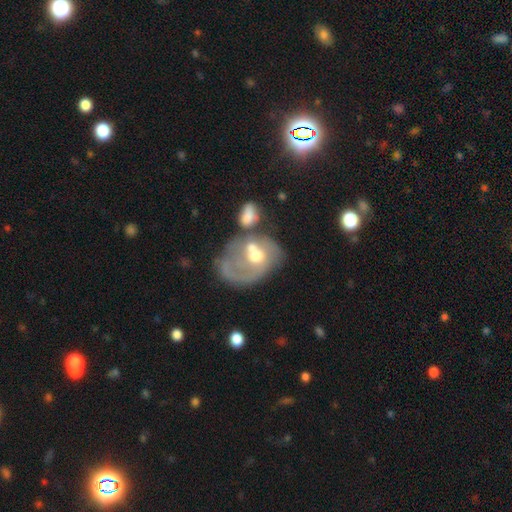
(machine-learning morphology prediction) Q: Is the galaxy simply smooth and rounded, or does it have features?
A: featured or disk — 57%.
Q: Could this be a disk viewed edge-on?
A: no — 97%.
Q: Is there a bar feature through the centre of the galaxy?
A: no — 80%.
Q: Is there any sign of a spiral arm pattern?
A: no — 59%.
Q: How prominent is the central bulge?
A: moderate — 66%.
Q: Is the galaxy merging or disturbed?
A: merger — 47%.